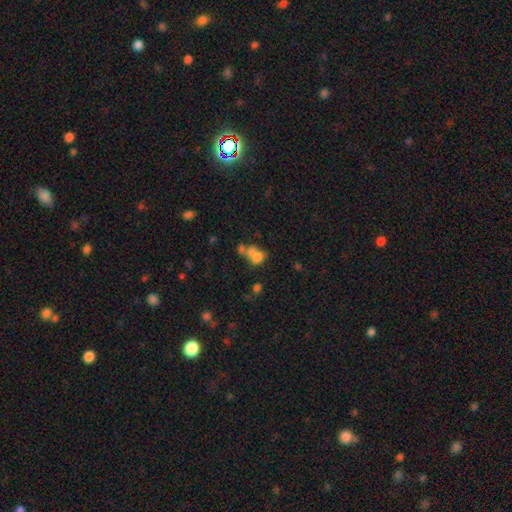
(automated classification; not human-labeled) smooth 63%, featured or disk 22%, star or artifact 15%. Down the decision tree: how rounded — in between (63%); merging — merger (56%).